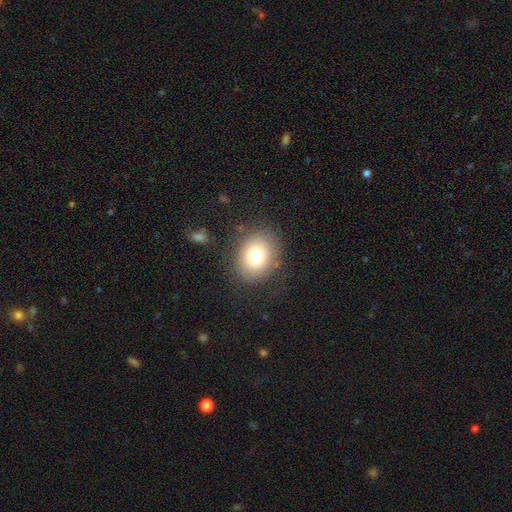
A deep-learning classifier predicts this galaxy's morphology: A smooth galaxy with no disk features (75%) that is round (55%).

Vote fractions:
- Smooth or featured? smooth: 75% / featured or disk: 14% / star or artifact: 11%
- How rounded? round: 55% / in between: 44% / cigar-shaped: 1%
- Merging? none: 82% / minor disturbance: 11% / major disturbance: 5% / merger: 2%